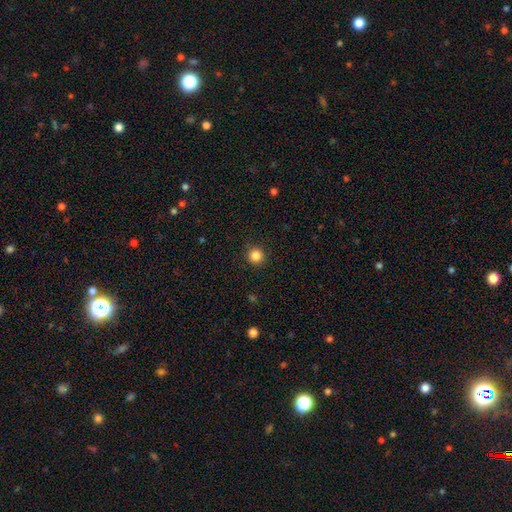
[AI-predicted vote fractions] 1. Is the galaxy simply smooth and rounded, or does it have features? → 85% smooth, 11% star or artifact, 4% featured or disk.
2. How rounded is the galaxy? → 94% round, 5% in between, 1% cigar-shaped.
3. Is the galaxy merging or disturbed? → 91% none, 6% minor disturbance, 2% major disturbance, 1% merger.